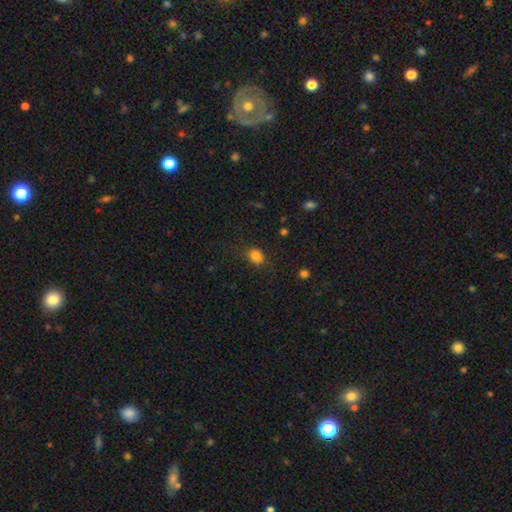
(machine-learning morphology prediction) Q: Smooth or featured?
A: smooth (82%); runner-up: star or artifact (13%)
Q: How rounded?
A: round (50%); runner-up: in between (49%)
Q: Merging?
A: none (75%); runner-up: minor disturbance (18%)